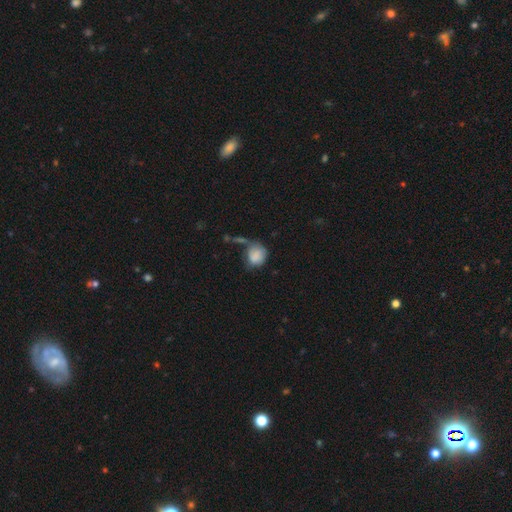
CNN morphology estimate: smooth 81%, featured or disk 11%, star or artifact 8%. Down the decision tree: how rounded — round (60%); merging — none (36%).